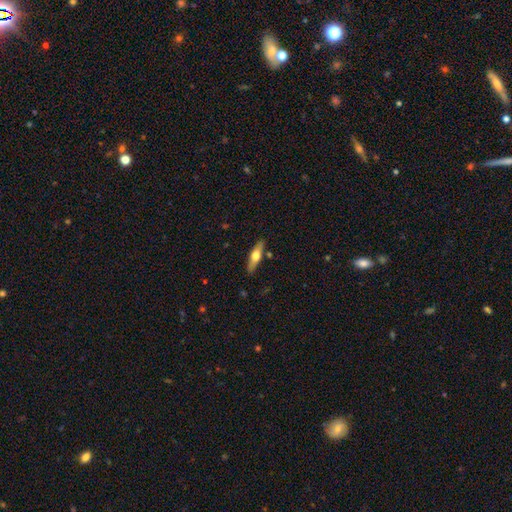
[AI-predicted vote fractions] A featured or disk galaxy (51%) viewed edge-on (91%). Merging: none (86%).